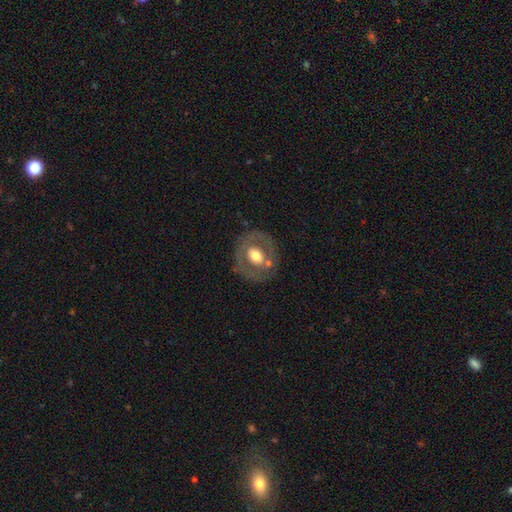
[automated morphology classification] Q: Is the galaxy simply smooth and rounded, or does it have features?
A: featured or disk — 50%.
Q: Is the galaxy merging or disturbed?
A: none — 73%.